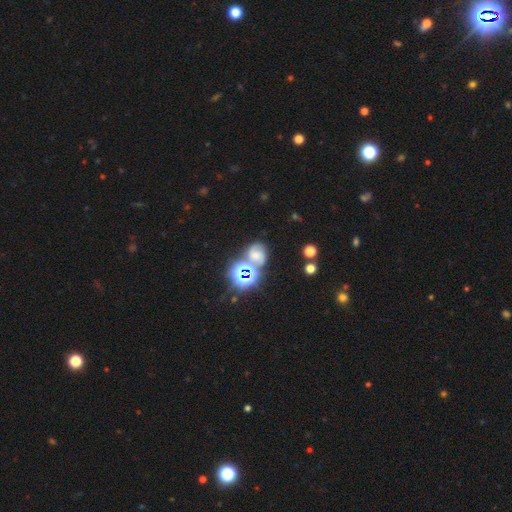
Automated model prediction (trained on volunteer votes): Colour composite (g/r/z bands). It shows a featured or disk galaxy (39%). Merging: none (55%).